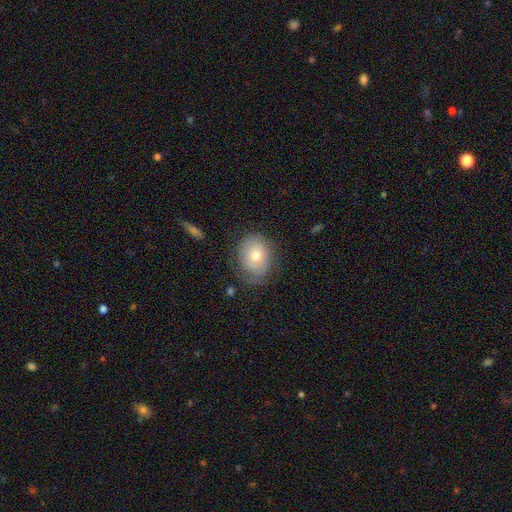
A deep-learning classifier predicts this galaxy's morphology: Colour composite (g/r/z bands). It shows a smooth galaxy with no disk features (69%) that is round (59%). Merging: none (70%).